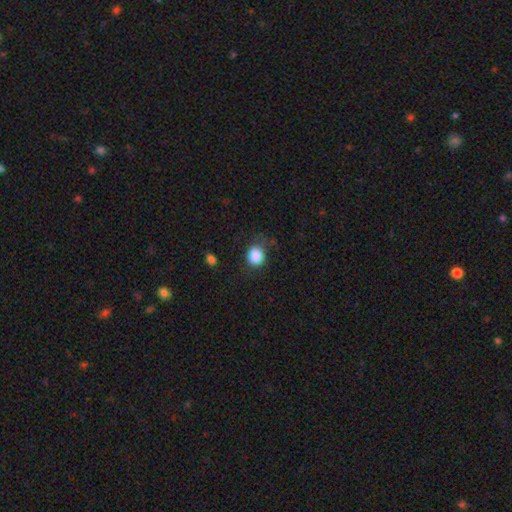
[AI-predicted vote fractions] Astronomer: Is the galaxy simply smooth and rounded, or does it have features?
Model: smooth — 85%.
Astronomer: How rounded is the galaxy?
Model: round — 79%.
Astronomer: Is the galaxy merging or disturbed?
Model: none — 75%.